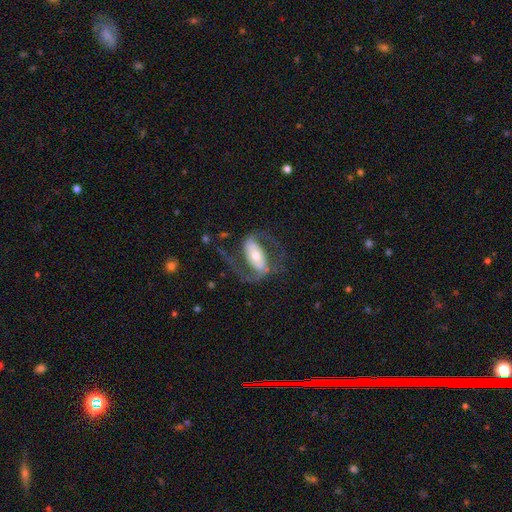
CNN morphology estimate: A featured or disk galaxy (83%) with a strong bar (54%), 2 (91%) medium (47%) spiral arms (91%) and a moderate central bulge (51%). Merging: none (62%).